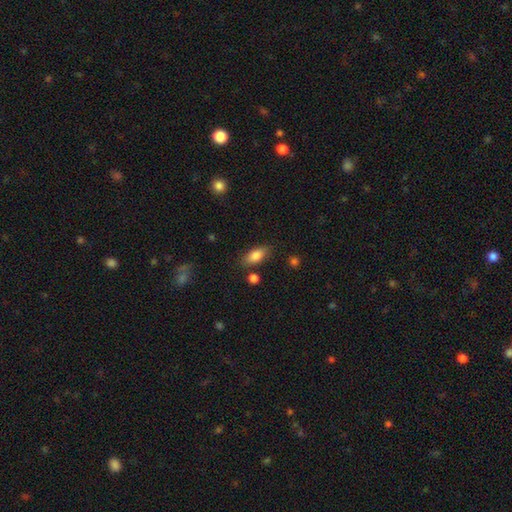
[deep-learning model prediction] A smooth galaxy with no disk features (82%) that is in between round and cigar-shaped (85%). Merging: none (80%).